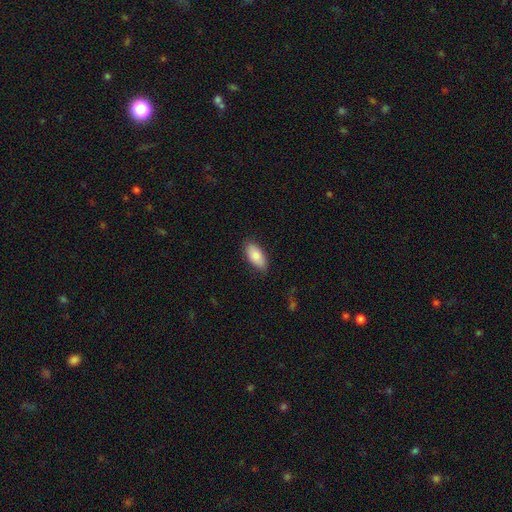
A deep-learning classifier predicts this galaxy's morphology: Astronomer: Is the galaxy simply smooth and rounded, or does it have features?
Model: smooth — 84%.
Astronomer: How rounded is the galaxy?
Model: in between — 92%.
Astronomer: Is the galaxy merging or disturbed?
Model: none — 83%.